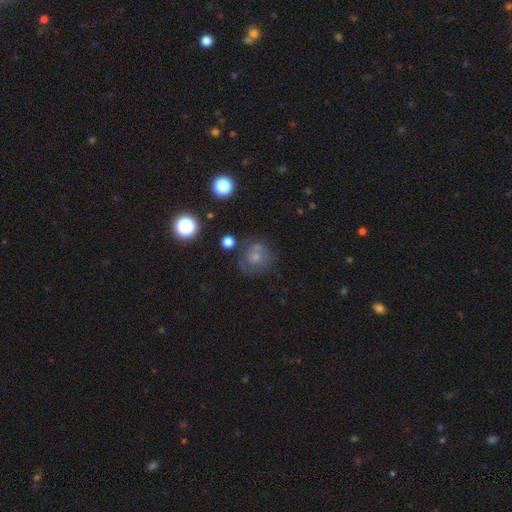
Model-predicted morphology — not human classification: Smooth or featured?
  - smooth: 62% *
  - featured or disk: 22%
  - star or artifact: 16%
How rounded?
  - round: 83% *
  - in between: 16%
  - cigar-shaped: 1%
Merging?
  - none: 54% *
  - minor disturbance: 18%
  - merger: 16%
  - major disturbance: 11%